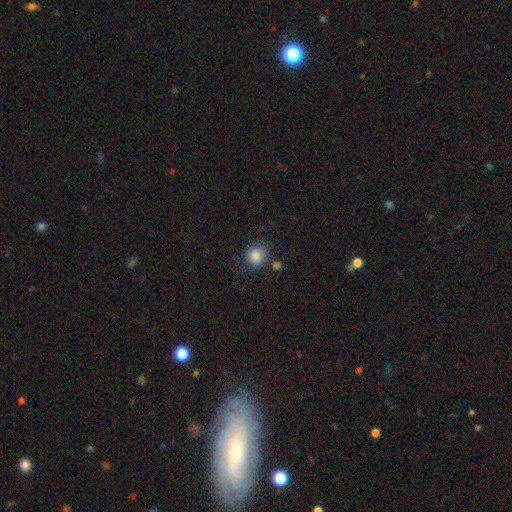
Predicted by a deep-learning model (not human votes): Q: Smooth or featured?
A: smooth (86%); runner-up: star or artifact (10%)
Q: How rounded?
A: round (88%); runner-up: in between (11%)
Q: Merging?
A: none (76%); runner-up: minor disturbance (13%)